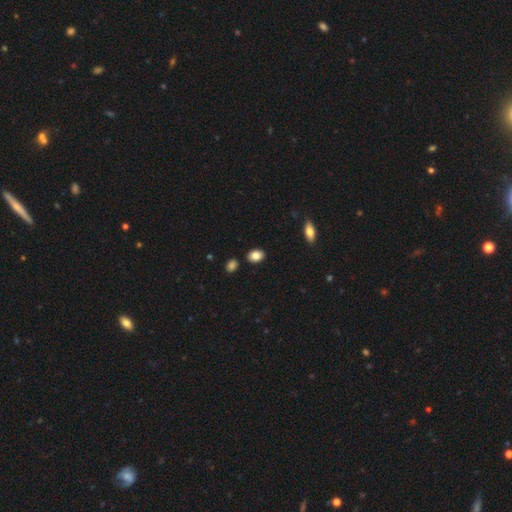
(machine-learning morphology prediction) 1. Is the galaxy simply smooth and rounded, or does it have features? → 85% smooth, 8% star or artifact, 7% featured or disk.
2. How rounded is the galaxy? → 82% in between, 17% round, 1% cigar-shaped.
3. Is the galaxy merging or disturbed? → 86% none, 9% minor disturbance, 3% merger, 2% major disturbance.